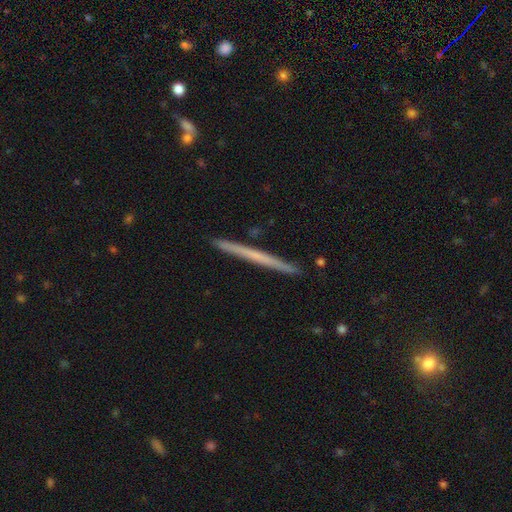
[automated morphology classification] The model was most divided on "smooth or featured": featured or disk: 55%, smooth: 39%, star or artifact: 6%. More confident: edge-on disk — yes (98%); merging — none (92%); edge-on bulge — none (87%).